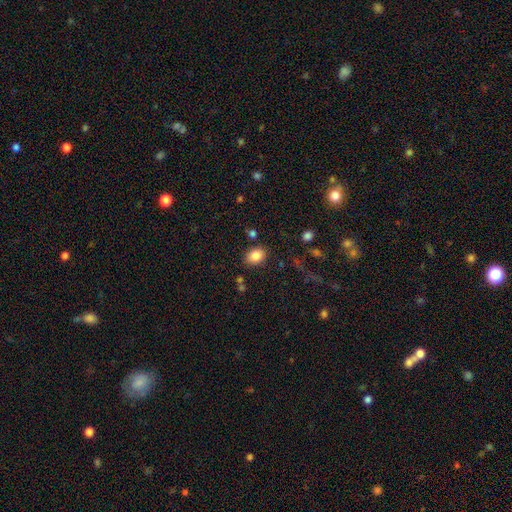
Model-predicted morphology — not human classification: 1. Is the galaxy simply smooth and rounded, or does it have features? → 84% smooth, 9% star or artifact, 7% featured or disk.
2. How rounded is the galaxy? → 69% in between, 30% round, 1% cigar-shaped.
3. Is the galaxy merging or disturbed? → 82% none, 11% minor disturbance, 4% merger, 3% major disturbance.